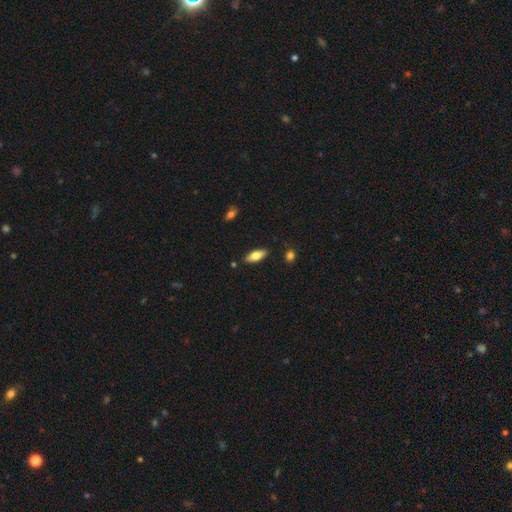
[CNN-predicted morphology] Smooth or featured? smooth (70%)
How rounded? in between (74%)
Merging? none (87%)